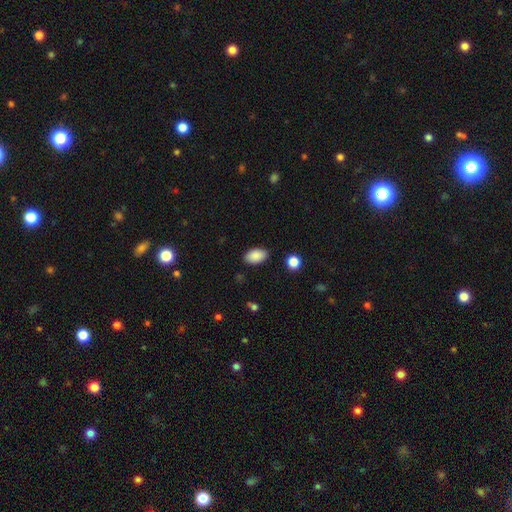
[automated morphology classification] smooth 89%, star or artifact 8%, featured or disk 4%. Down the decision tree: how rounded — in between (93%); merging — none (86%).